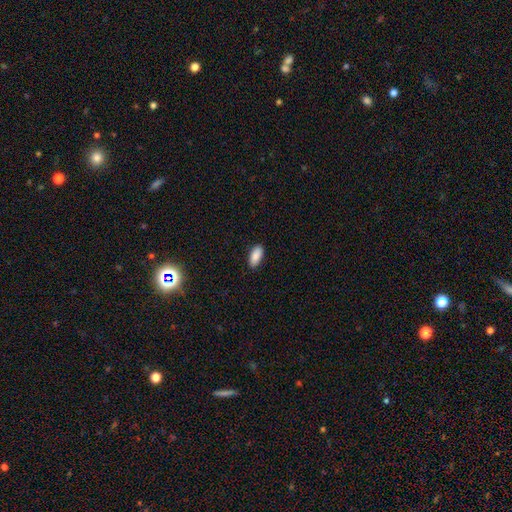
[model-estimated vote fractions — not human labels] smooth-or-featured: smooth: 90% | star or artifact: 7% | featured or disk: 4%
  how-rounded: in between: 90% | cigar-shaped: 8% | round: 2%
  merging: none: 89% | minor disturbance: 9% | major disturbance: 2% | merger: 1%